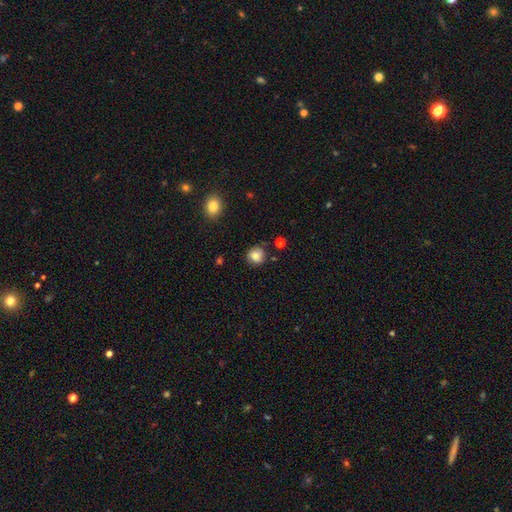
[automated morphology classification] Overall: smooth (77%). How rounded: round (89%). Merging: none (81%).